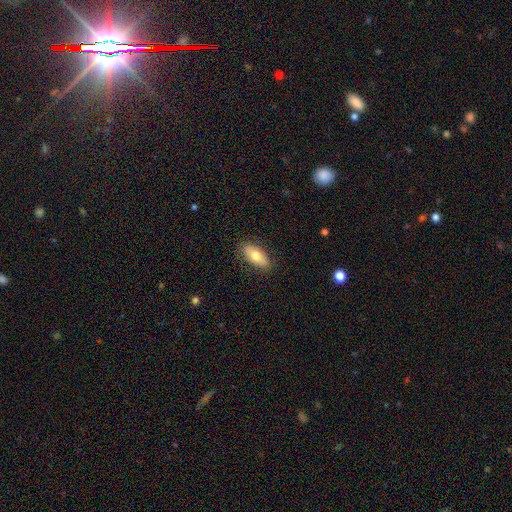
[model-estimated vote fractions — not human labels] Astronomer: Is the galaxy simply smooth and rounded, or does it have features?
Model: smooth — 73%.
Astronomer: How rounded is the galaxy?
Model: in between — 87%.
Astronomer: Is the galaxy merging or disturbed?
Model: none — 87%.